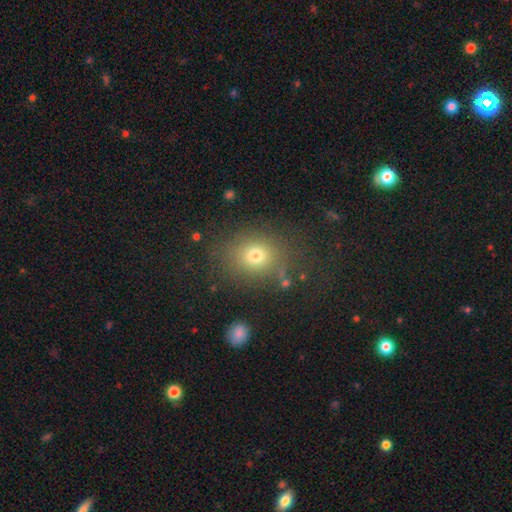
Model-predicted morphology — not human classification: smooth-or-featured: smooth: 73% | star or artifact: 16% | featured or disk: 10%
  how-rounded: round: 67% | in between: 32% | cigar-shaped: 1%
  merging: none: 79% | minor disturbance: 12% | major disturbance: 6% | merger: 3%